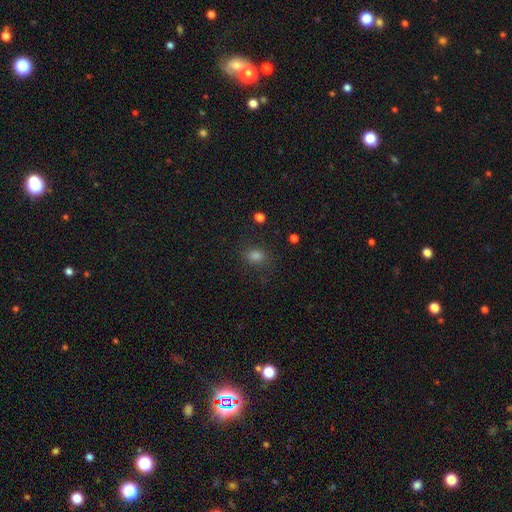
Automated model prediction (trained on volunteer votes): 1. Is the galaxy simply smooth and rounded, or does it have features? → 74% smooth, 20% star or artifact, 6% featured or disk.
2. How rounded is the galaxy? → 51% in between, 47% round, 1% cigar-shaped.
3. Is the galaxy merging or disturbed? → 81% none, 12% minor disturbance, 5% major disturbance, 2% merger.